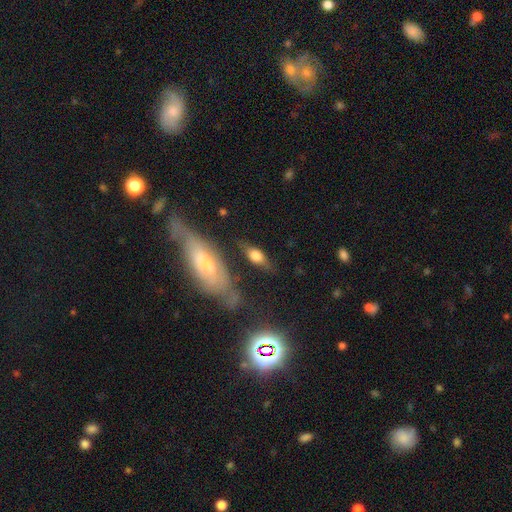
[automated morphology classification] Overall: smooth (58%; featured or disk 33%). How rounded: in between (71%). Merging: none (62%; minor disturbance 22%).